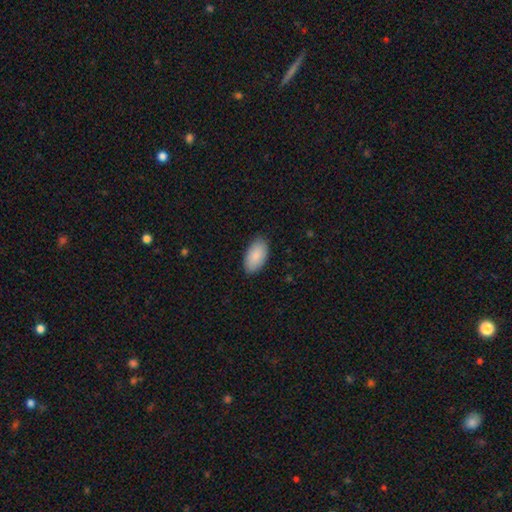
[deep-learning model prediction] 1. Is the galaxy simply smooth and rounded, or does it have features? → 89% smooth, 6% star or artifact, 6% featured or disk.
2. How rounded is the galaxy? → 96% in between, 2% round, 2% cigar-shaped.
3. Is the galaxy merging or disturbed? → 87% none, 10% minor disturbance, 2% major disturbance, 1% merger.